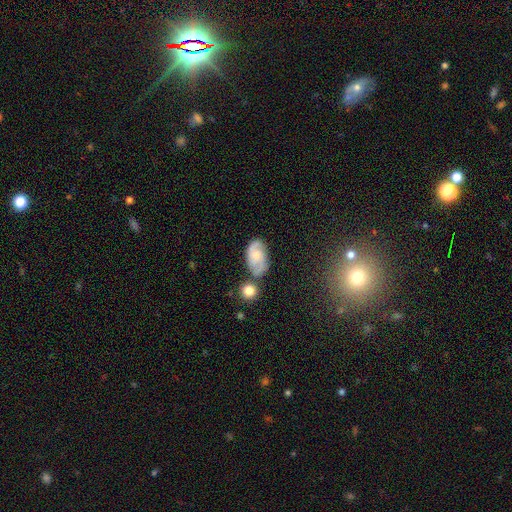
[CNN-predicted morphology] The model was most divided on "bulge size": moderate: 40%, small: 38%, none: 13%, large: 7%, dominant: 2%. More confident: edge-on disk — no (96%); spiral arms — yes (88%); bar — no (64%); smooth or featured — featured or disk (55%); merging — none (54%).